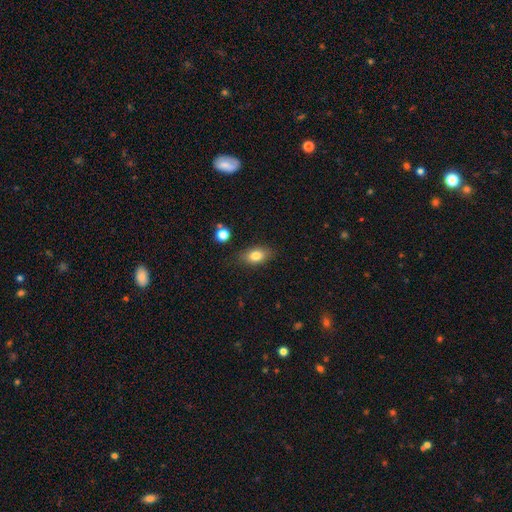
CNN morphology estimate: type=smooth (80%); roundness=in between (84%); merging=none (80%).